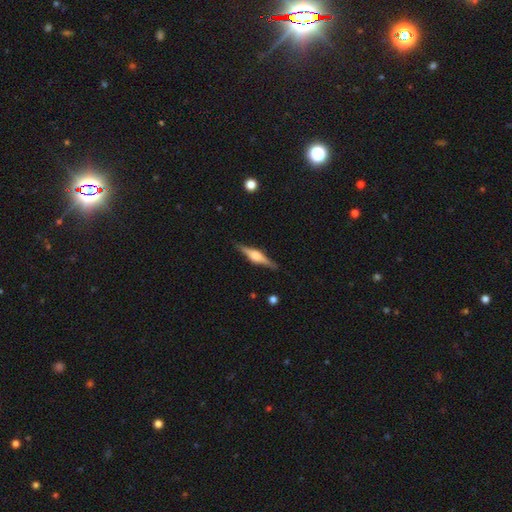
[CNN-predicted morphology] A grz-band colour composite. It shows a featured or disk galaxy (76%) viewed edge-on (98%) with a rounded central bulge (79%). Merging: none (88%).